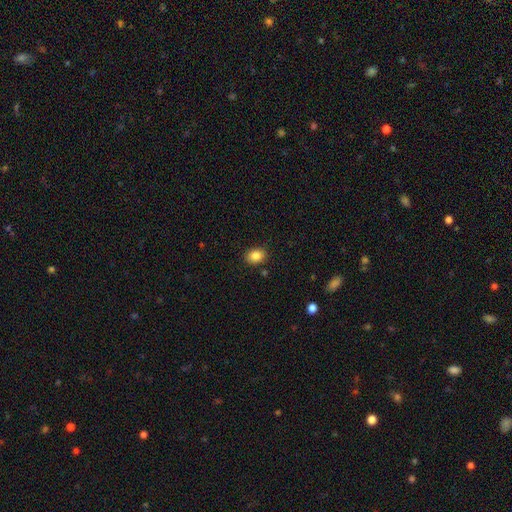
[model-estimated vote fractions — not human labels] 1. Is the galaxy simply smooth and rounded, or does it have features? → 86% smooth, 9% star or artifact, 5% featured or disk.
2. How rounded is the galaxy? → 63% in between, 36% round, 1% cigar-shaped.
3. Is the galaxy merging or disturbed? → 87% none, 9% minor disturbance, 2% major disturbance, 2% merger.